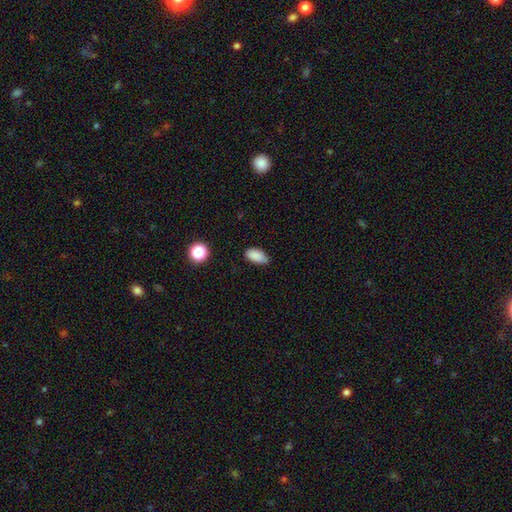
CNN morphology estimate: type=smooth (87%); roundness=in between (91%); merging=none (75%).